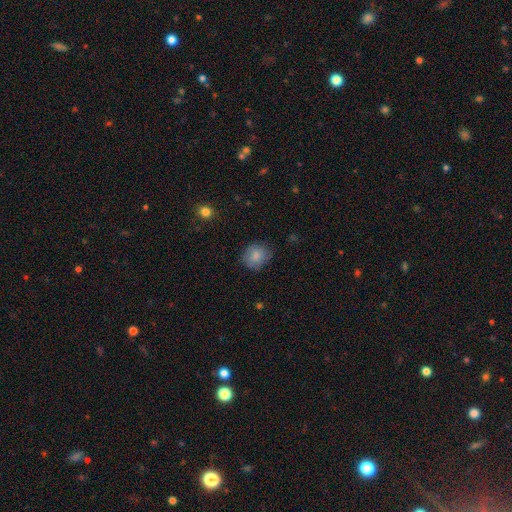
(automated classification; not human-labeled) A smooth galaxy with no disk features (84%) that is round (73%). Merging: none (74%).